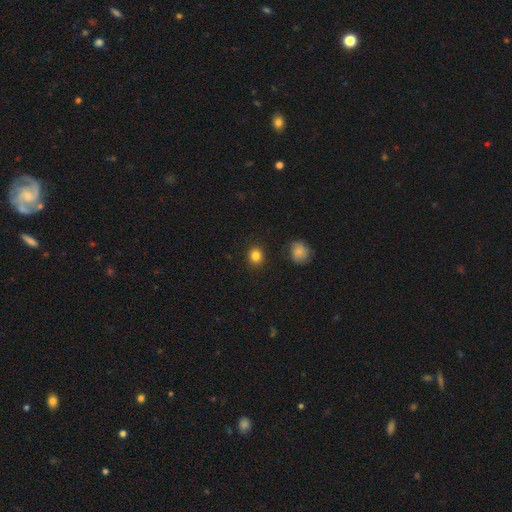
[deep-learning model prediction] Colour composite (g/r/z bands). It shows a smooth galaxy with no disk features (84%) that is round (79%). Merging: none (89%).